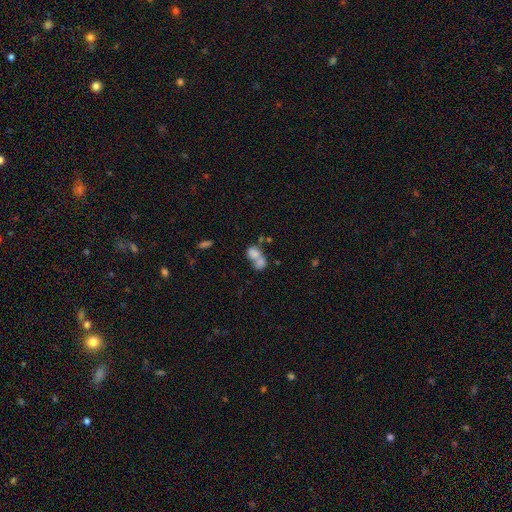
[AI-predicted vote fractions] A smooth galaxy with no disk features (72%) that is in between round and cigar-shaped (64%). Merging: merger (73%).